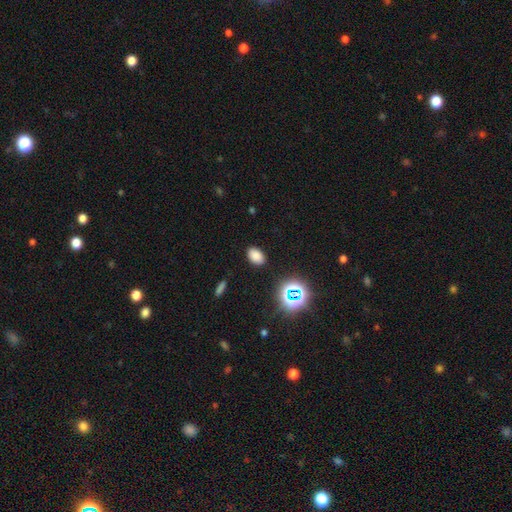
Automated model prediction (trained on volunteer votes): Overall: smooth (77%). How rounded: in between (86%). Merging: none (87%).